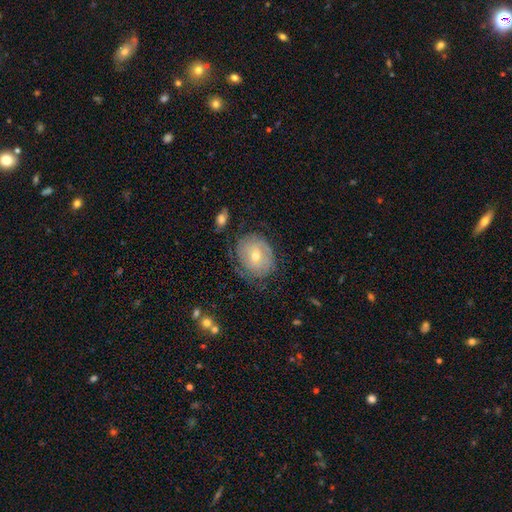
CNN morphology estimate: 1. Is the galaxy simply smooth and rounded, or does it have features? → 67% featured or disk, 25% smooth, 8% star or artifact.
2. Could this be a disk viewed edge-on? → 96% no, 4% yes.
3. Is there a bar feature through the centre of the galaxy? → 56% no, 36% weak, 7% strong.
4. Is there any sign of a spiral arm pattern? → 81% yes, 19% no.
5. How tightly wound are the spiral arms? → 73% tight, 20% medium, 7% loose.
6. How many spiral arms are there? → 48% can't tell, 28% 2, 10% 3, 6% 1, 4% 4, 3% more than 4.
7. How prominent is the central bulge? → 58% moderate, 38% small, 2% large, 1% none, 1% dominant.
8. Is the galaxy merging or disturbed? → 70% none, 20% minor disturbance, 8% major disturbance, 2% merger.